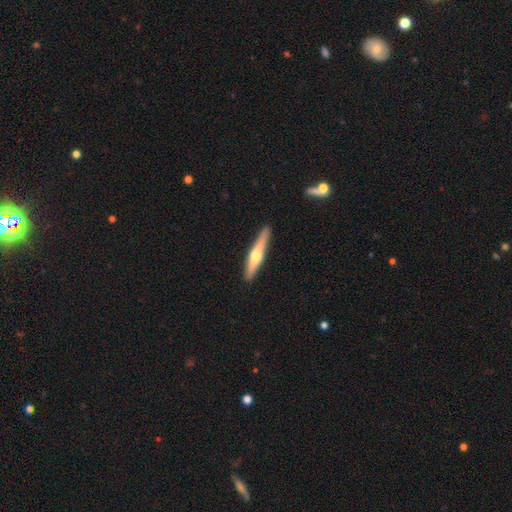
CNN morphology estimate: featured or disk 55%, smooth 40%, star or artifact 5%. Down the decision tree: edge-on disk — yes (96%); edge-on bulge — rounded (90%); merging — none (90%).